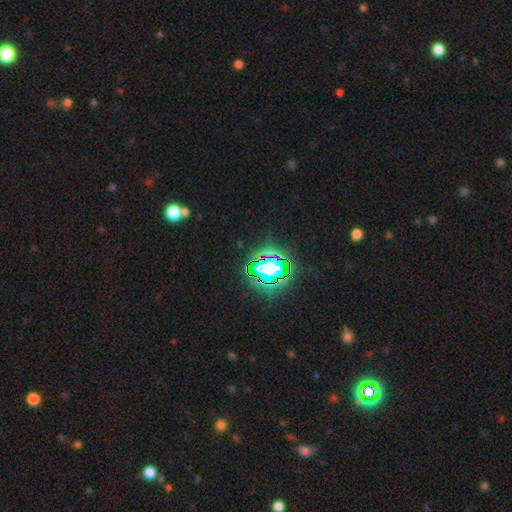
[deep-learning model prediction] star or artifact 81%, smooth 12%, featured or disk 8%.